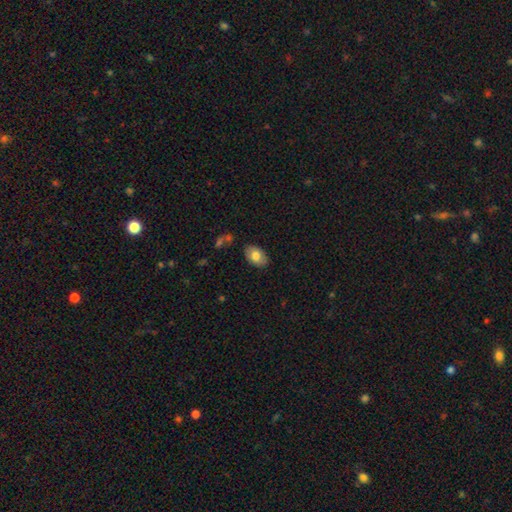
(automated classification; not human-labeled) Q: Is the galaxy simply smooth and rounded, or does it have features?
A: smooth — 76%.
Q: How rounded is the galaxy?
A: in between — 90%.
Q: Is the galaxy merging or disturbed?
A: none — 83%.